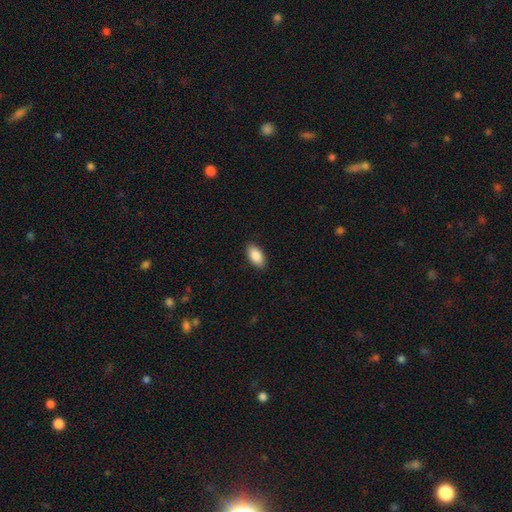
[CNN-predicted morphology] Q: Smooth or featured?
A: smooth (88%); runner-up: star or artifact (6%)
Q: How rounded?
A: in between (94%); runner-up: cigar-shaped (4%)
Q: Merging?
A: none (89%); runner-up: minor disturbance (8%)